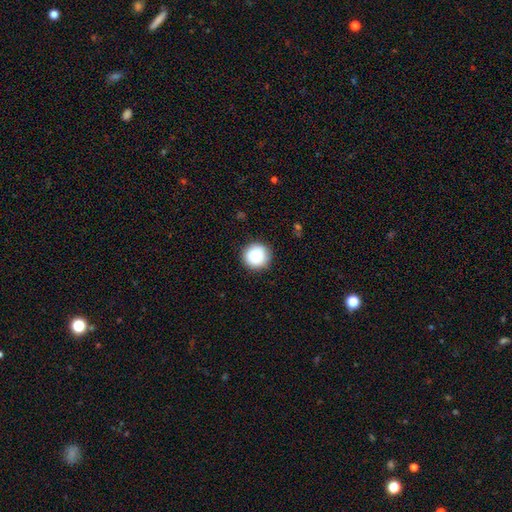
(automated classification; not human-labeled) This is clearly a smooth galaxy (87%). How rounded: clearly round (95%). Merging: clearly none (89%).